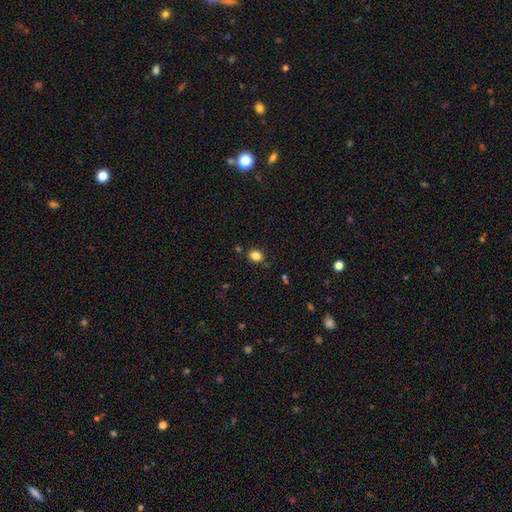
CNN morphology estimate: A smooth galaxy with no disk features (83%) that is in between round and cigar-shaped (50%).

Vote fractions:
- Smooth or featured? smooth: 83% / star or artifact: 12% / featured or disk: 5%
- How rounded? in between: 50% / round: 49% / cigar-shaped: 1%
- Merging? none: 81% / minor disturbance: 13% / merger: 3% / major disturbance: 3%